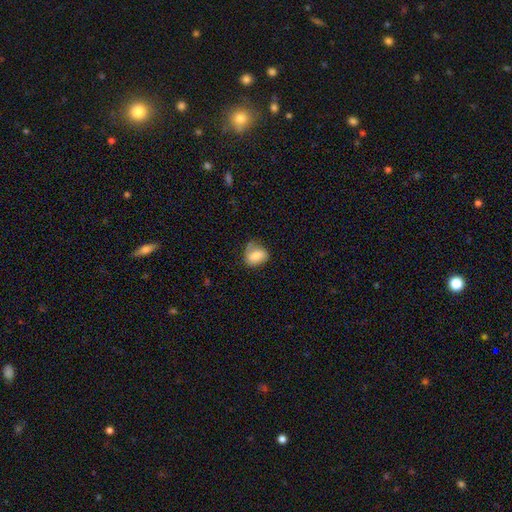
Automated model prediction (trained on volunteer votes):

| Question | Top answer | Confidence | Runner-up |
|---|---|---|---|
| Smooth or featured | smooth | 74% | featured or disk (18%) |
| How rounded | in between | 59% | round (40%) |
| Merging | none | 46% | minor disturbance (35%) |